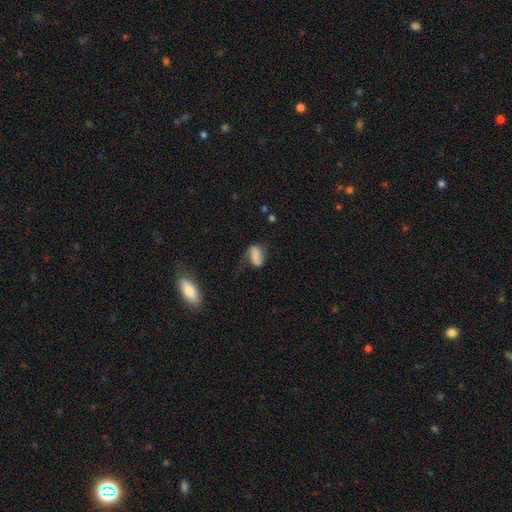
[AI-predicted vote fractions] A smooth galaxy with no disk features (62%) that is in between round and cigar-shaped (85%).

Vote fractions:
- Smooth or featured? smooth: 62% / featured or disk: 28% / star or artifact: 10%
- How rounded? in between: 85% / cigar-shaped: 8% / round: 7%
- Merging? none: 45% / minor disturbance: 29% / major disturbance: 21% / merger: 4%